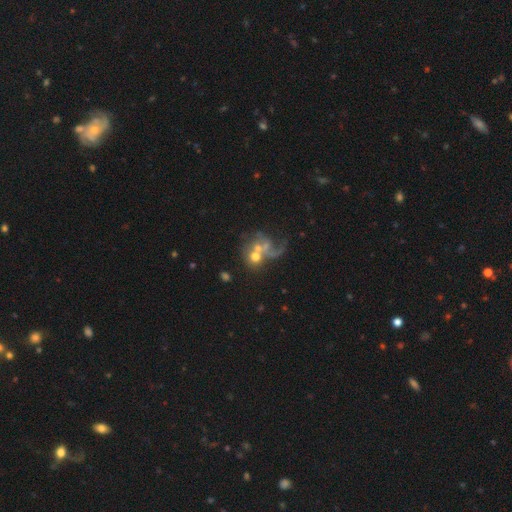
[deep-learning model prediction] This is possibly a featured or disk galaxy (55%). It is clearly not viewed edge-on (97%). Bar: likely no (78%). Spiral arm pattern: possibly yes (57%). Central bulge: marginally moderate (38%). Merging: marginally merger (43%).